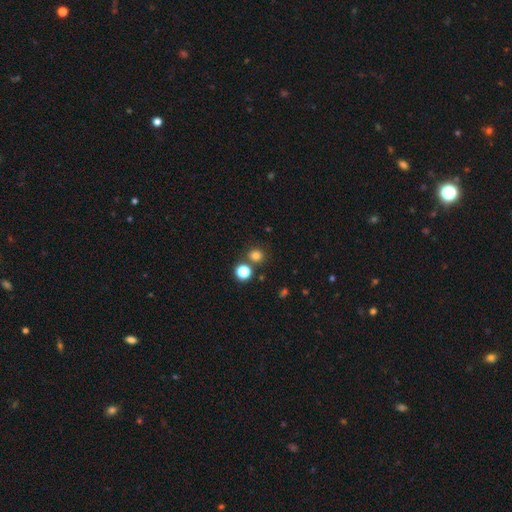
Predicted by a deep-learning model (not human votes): Smooth or featured? Predicted: smooth (p=0.78). How rounded? Predicted: round (p=0.88). Merging? Predicted: none (p=0.76).